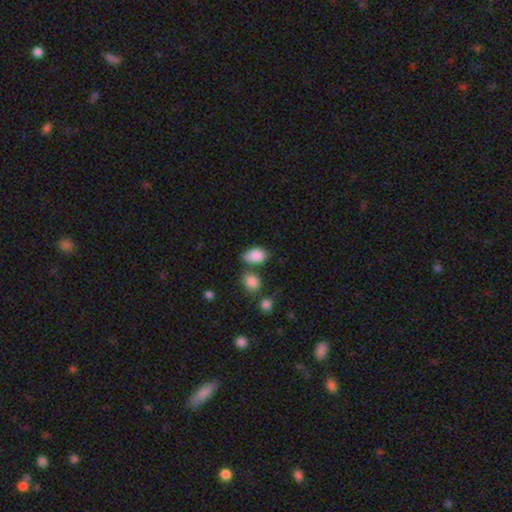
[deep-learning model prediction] Q: Smooth or featured?
A: smooth (87%); runner-up: star or artifact (8%)
Q: How rounded?
A: in between (87%); runner-up: round (12%)
Q: Merging?
A: none (53%); runner-up: minor disturbance (22%)